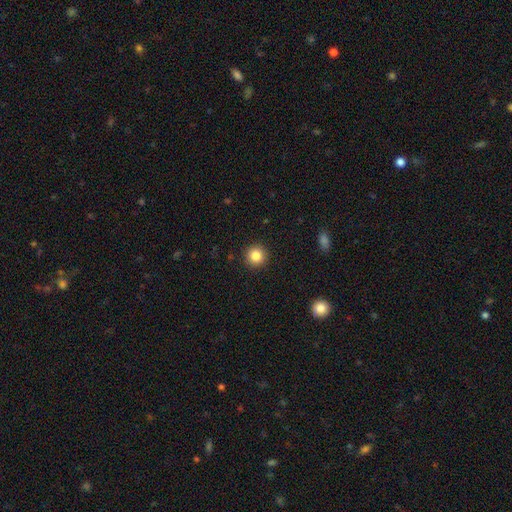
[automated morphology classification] The model was most divided on "smooth or featured": smooth: 85%, star or artifact: 10%, featured or disk: 5%. More confident: how rounded — round (95%); merging — none (92%).